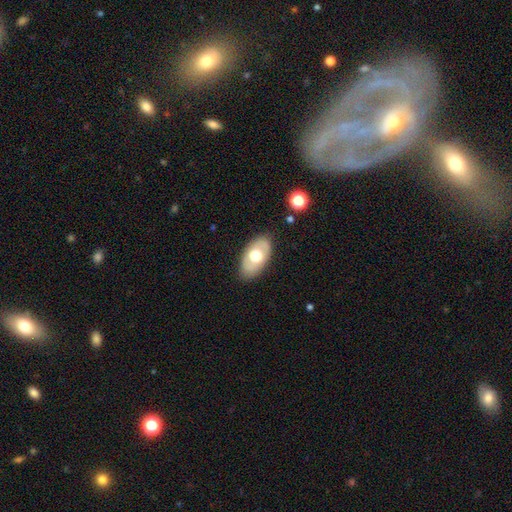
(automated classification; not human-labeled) smooth 54%, featured or disk 40%, star or artifact 6%. Down the decision tree: how rounded — in between (92%); merging — none (82%).